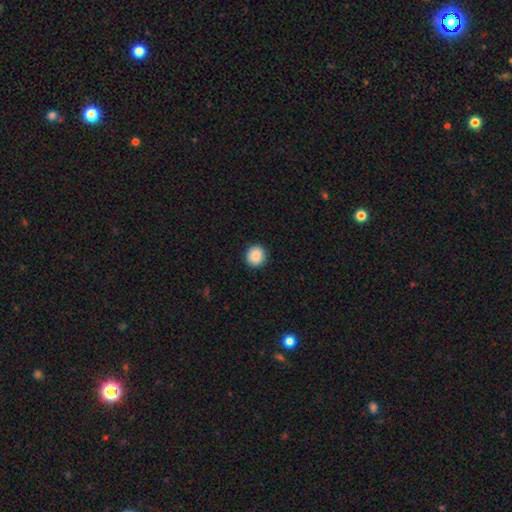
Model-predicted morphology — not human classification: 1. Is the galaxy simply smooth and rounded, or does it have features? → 89% smooth, 8% star or artifact, 3% featured or disk.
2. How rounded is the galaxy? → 92% round, 7% in between, 1% cigar-shaped.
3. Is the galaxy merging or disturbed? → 92% none, 5% minor disturbance, 2% major disturbance, 1% merger.